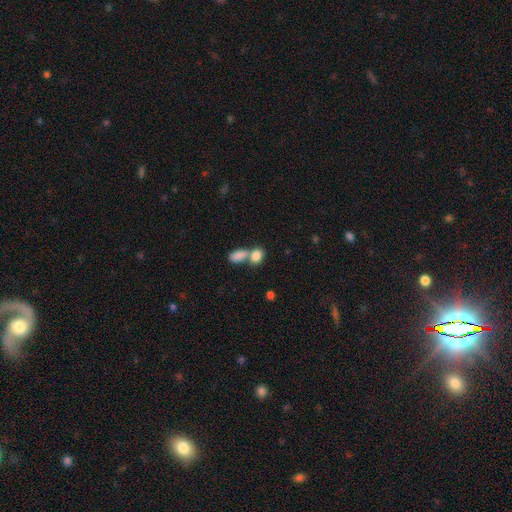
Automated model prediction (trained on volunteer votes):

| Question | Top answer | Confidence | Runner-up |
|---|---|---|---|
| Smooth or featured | smooth | 84% | featured or disk (8%) |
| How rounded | in between | 81% | round (16%) |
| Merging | merger | 62% | none (28%) |